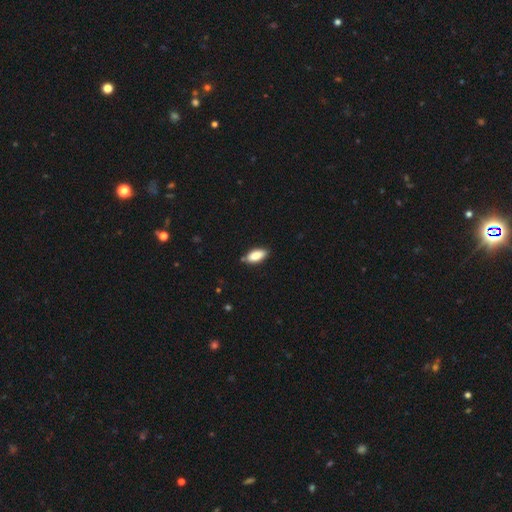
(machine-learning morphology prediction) This appears to be a smooth galaxy with no disk features (84%) that is in between round and cigar-shaped (88%). Merging: none (81%).